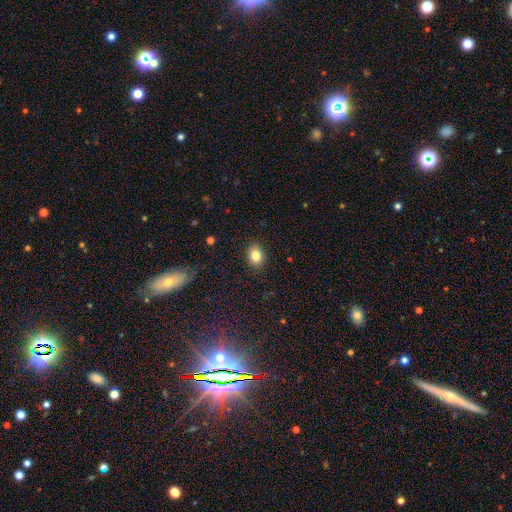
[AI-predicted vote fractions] smooth_or_featured: smooth (p=0.84) [alt: star or artifact p=0.09]
how_rounded: in between (p=0.65) [alt: round p=0.34]
merging: none (p=0.88) [alt: minor disturbance p=0.09]